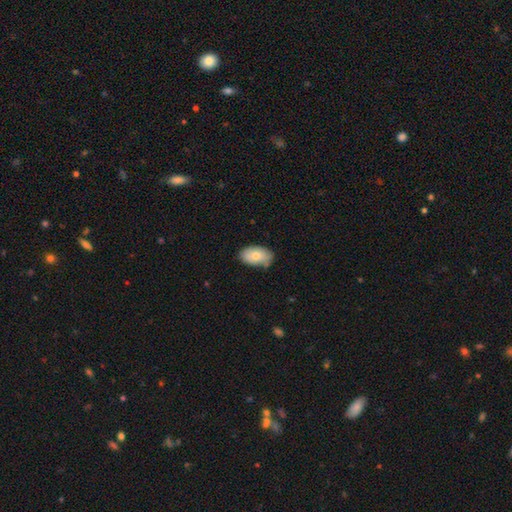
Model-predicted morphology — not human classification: A smooth galaxy with no disk features (74%) that is in between round and cigar-shaped (93%). Merging: none (75%).